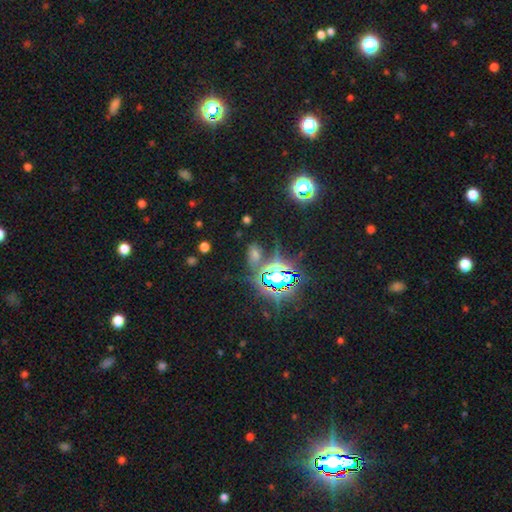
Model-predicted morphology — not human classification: A star or artifact, not a galaxy (68%).

Vote fractions:
- Smooth or featured? star or artifact: 68% / smooth: 22% / featured or disk: 10%